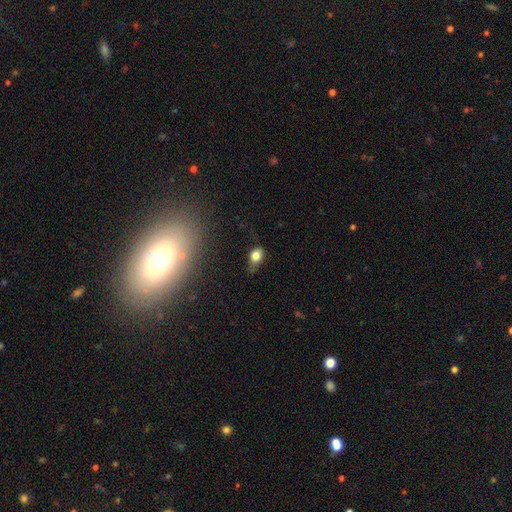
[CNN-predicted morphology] Smooth or featured? Predicted: smooth (p=0.77). How rounded? Predicted: in between (p=0.73). Merging? Predicted: none (p=0.48).